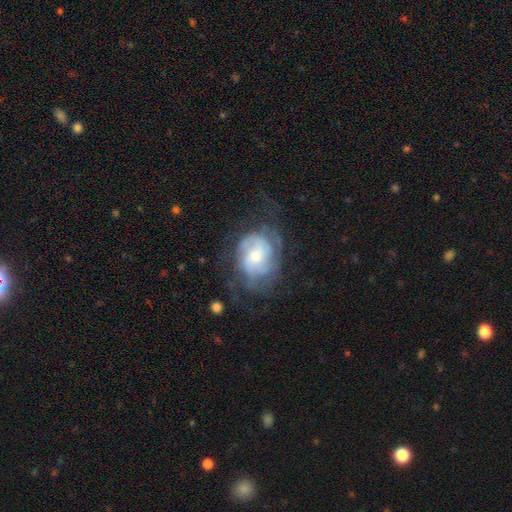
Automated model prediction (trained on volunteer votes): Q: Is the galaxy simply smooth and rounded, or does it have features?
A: featured or disk — 70%.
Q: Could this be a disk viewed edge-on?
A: no — 97%.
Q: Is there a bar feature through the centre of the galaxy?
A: no — 61%.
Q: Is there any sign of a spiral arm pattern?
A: yes — 83%.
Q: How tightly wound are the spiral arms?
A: tight — 43%.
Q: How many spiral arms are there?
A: can't tell — 40%.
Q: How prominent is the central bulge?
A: moderate — 49%.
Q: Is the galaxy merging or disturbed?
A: none — 51%.